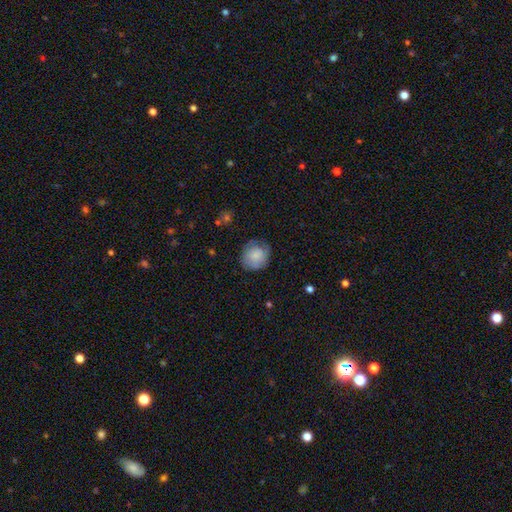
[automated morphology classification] Smooth or featured?
  - smooth: 78% *
  - featured or disk: 15%
  - star or artifact: 7%
How rounded?
  - round: 78% *
  - in between: 22%
  - cigar-shaped: 1%
Merging?
  - none: 68% *
  - minor disturbance: 23%
  - major disturbance: 7%
  - merger: 1%